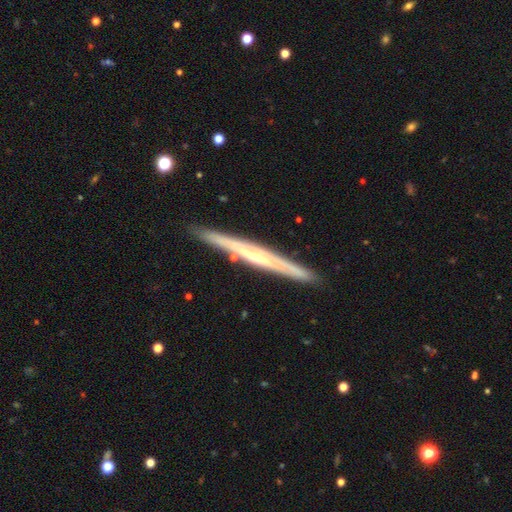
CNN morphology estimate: Overall: featured or disk (73%). Edge-on disk: yes (96%). Edge-on bulge: rounded (47%; none 45%). Merging: none (89%).